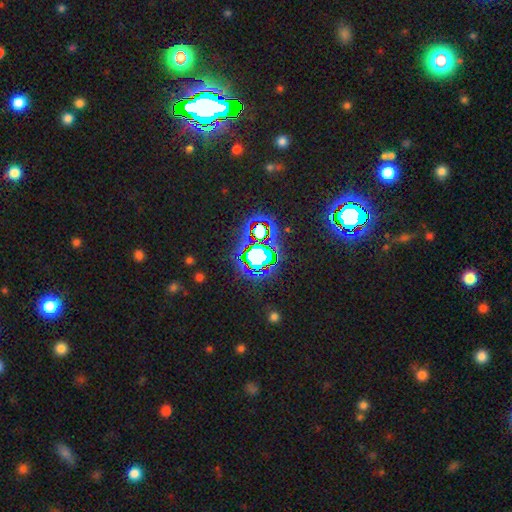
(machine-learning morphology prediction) Smooth or featured? star or artifact (80%)